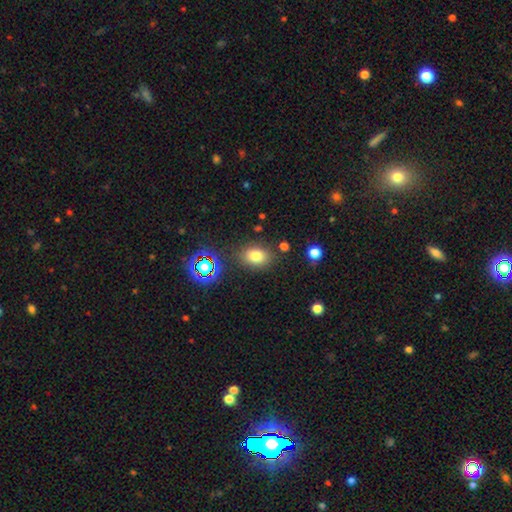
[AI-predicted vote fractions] A smooth galaxy with no disk features (76%) that is in between round and cigar-shaped (65%). Merging: none (81%).